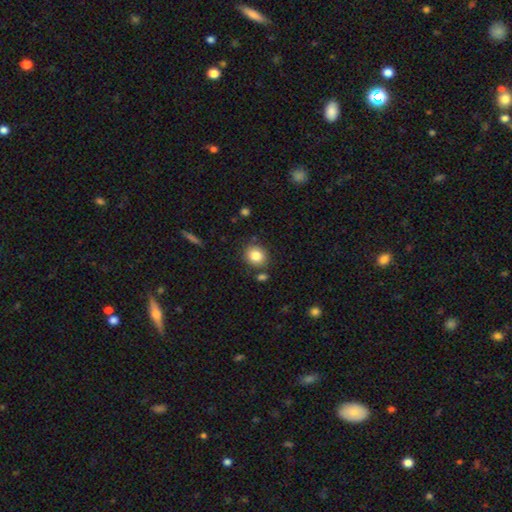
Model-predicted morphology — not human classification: smooth 83%, star or artifact 10%, featured or disk 7%. Down the decision tree: how rounded — round (74%); merging — none (80%).